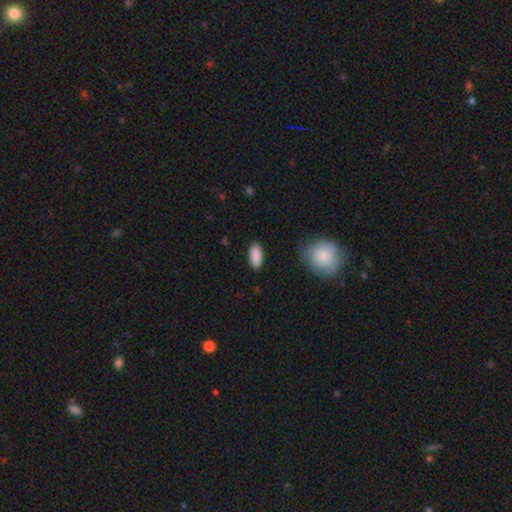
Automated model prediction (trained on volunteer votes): smooth-or-featured: smooth: 90% | star or artifact: 6% | featured or disk: 4%
  how-rounded: in between: 88% | cigar-shaped: 10% | round: 2%
  merging: none: 87% | minor disturbance: 9% | major disturbance: 2% | merger: 1%